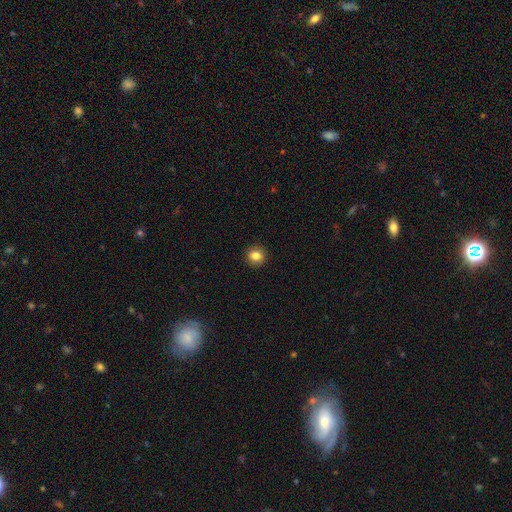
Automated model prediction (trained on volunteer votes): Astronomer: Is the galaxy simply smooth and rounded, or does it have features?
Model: smooth — 83%.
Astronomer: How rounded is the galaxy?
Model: round — 87%.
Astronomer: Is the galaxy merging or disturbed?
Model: none — 92%.